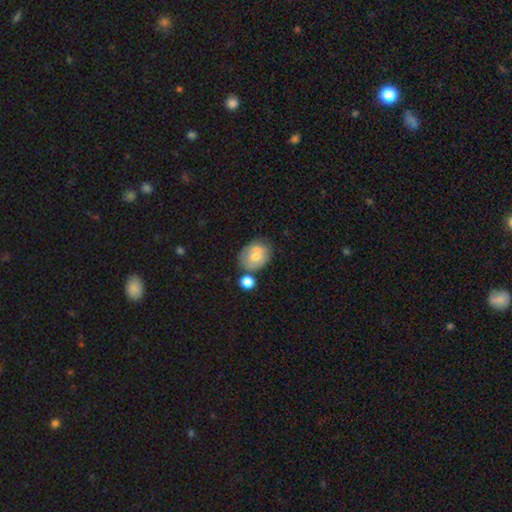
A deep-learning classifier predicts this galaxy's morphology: A smooth galaxy with no disk features (61%) that is round (52%). Merging: none (51%).